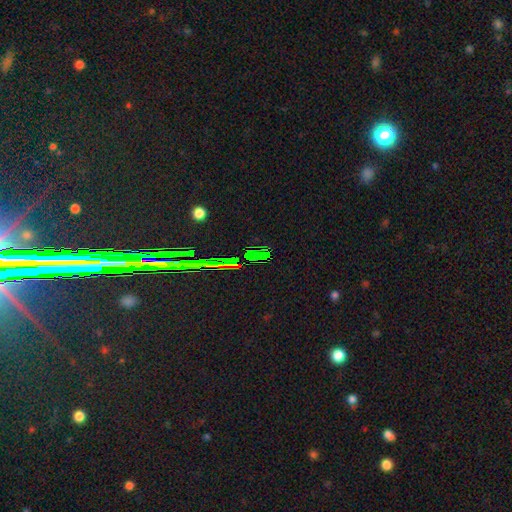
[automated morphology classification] Q: Smooth or featured?
A: star or artifact (70%); runner-up: smooth (21%)